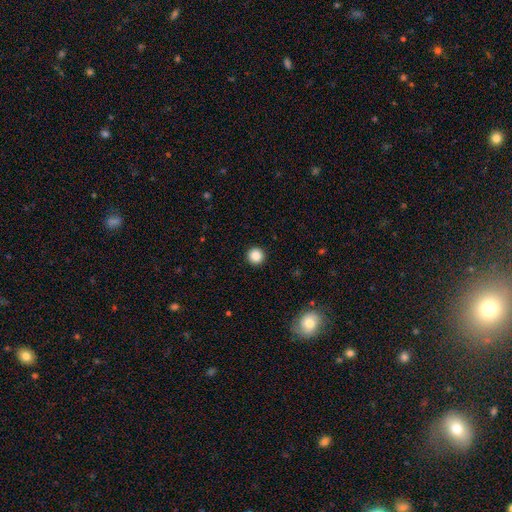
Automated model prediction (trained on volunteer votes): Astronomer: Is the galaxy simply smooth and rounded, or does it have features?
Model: smooth — 87%.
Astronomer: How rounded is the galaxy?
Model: round — 96%.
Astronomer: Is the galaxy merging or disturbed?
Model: none — 93%.